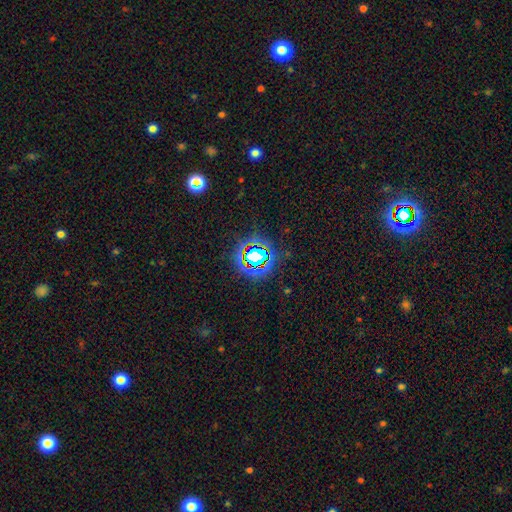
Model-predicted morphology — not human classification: A star or artifact, not a galaxy (70%).

Vote fractions:
- Smooth or featured? star or artifact: 70% / smooth: 18% / featured or disk: 12%